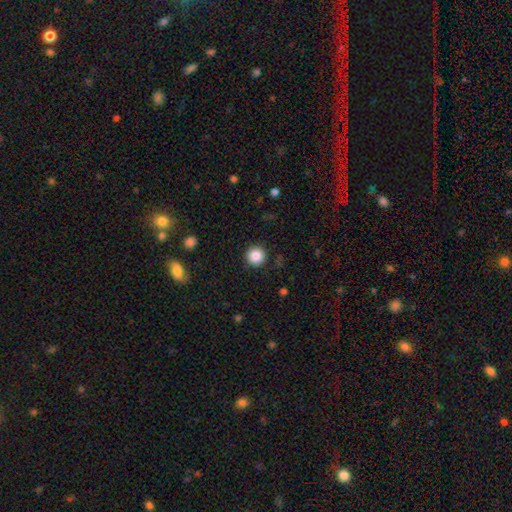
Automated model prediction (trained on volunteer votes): smooth 86%, star or artifact 10%, featured or disk 5%. Down the decision tree: how rounded — round (96%); merging — none (91%).